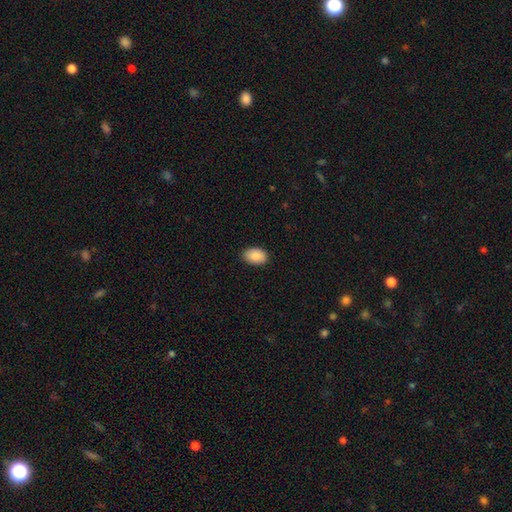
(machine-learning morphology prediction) A smooth galaxy with no disk features (89%) that is in between round and cigar-shaped (89%).

Vote fractions:
- Smooth or featured? smooth: 89% / star or artifact: 7% / featured or disk: 4%
- How rounded? in between: 89% / round: 9% / cigar-shaped: 1%
- Merging? none: 86% / minor disturbance: 11% / major disturbance: 2% / merger: 1%